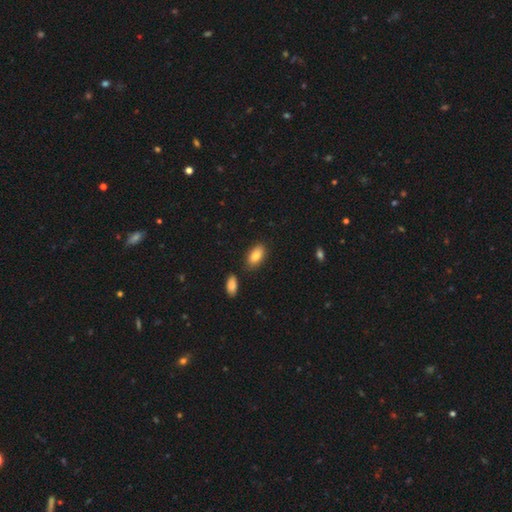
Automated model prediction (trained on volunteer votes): Morphology: type=smooth (84%); roundness=in between (92%); merging=none (82%).